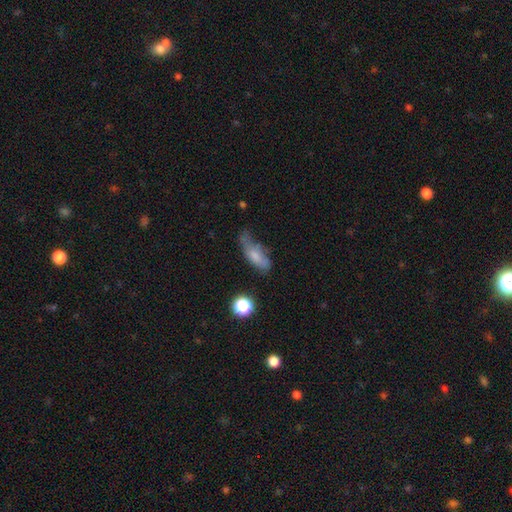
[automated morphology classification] The model was most divided on "merging": minor disturbance: 37%, none: 33%, major disturbance: 25%, merger: 5%. More confident: how rounded — in between (72%); smooth or featured — smooth (67%).